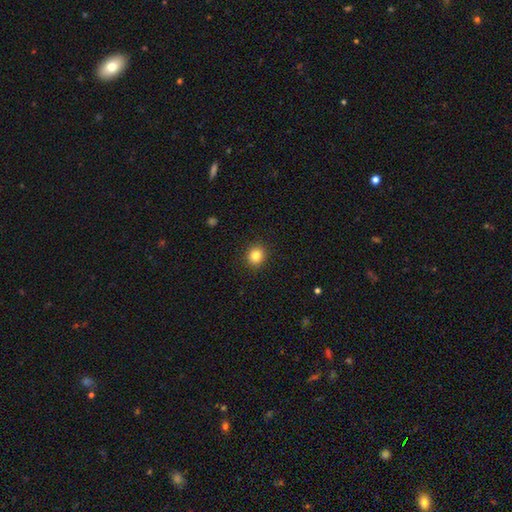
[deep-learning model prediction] A smooth galaxy with no disk features (83%) that is round (86%).

Vote fractions:
- Smooth or featured? smooth: 83% / star or artifact: 11% / featured or disk: 6%
- How rounded? round: 86% / in between: 13% / cigar-shaped: 1%
- Merging? none: 92% / minor disturbance: 5% / major disturbance: 2% / merger: 1%